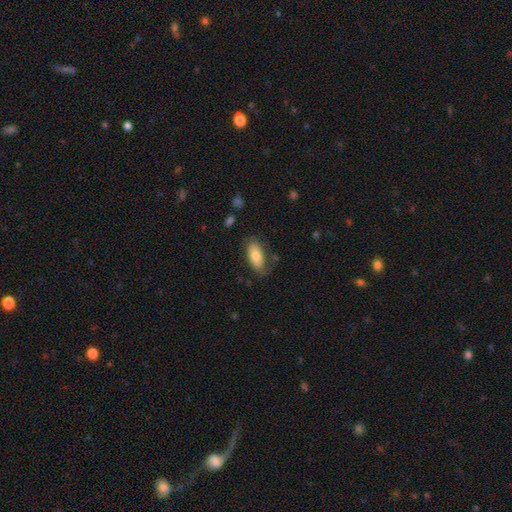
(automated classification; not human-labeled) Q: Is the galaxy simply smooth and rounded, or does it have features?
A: smooth — 71%.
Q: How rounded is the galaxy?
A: in between — 90%.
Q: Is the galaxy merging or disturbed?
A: none — 69%.